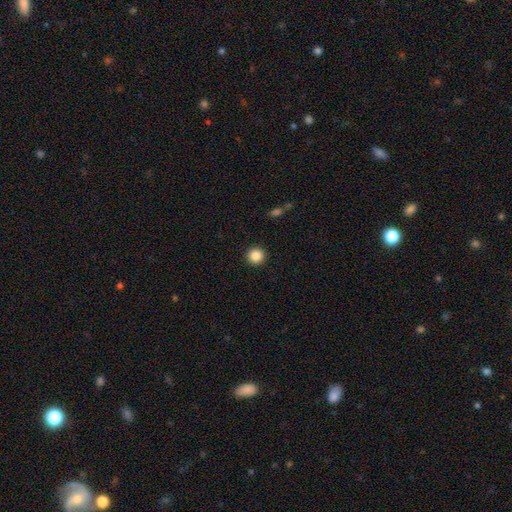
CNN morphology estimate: The model was most divided on "smooth or featured": smooth: 87%, star or artifact: 9%, featured or disk: 4%. More confident: how rounded — round (96%); merging — none (93%).